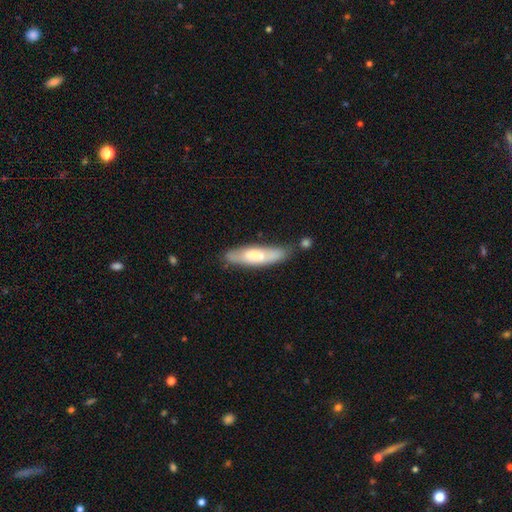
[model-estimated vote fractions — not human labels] A smooth galaxy with no disk features (60%) that is cigar-shaped (67%). Merging: none (67%).